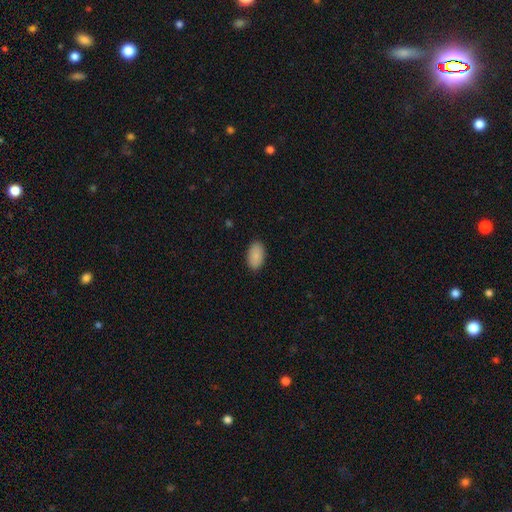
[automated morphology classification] type=smooth (88%); roundness=in between (94%); merging=none (89%).